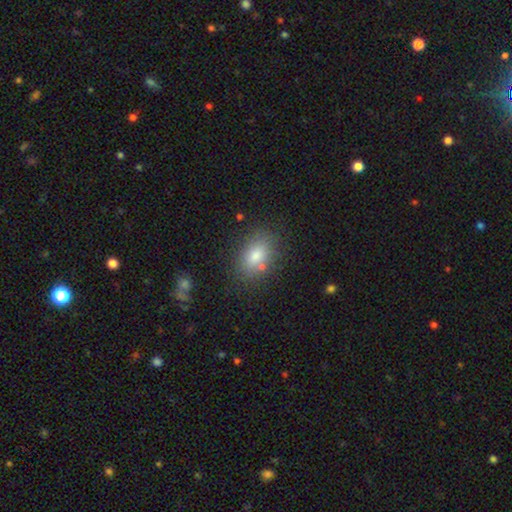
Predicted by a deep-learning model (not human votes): Q: Smooth or featured?
A: smooth (79%); runner-up: featured or disk (11%)
Q: How rounded?
A: in between (80%); runner-up: round (18%)
Q: Merging?
A: none (74%); runner-up: minor disturbance (14%)